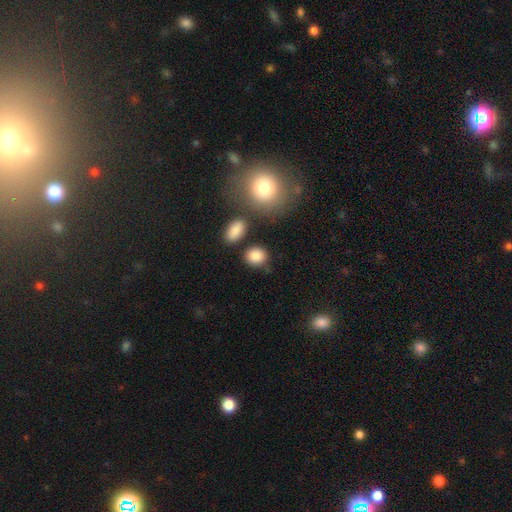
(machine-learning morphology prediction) Smooth or featured? Predicted: smooth (p=0.87). How rounded? Predicted: round (p=0.71). Merging? Predicted: none (p=0.78).